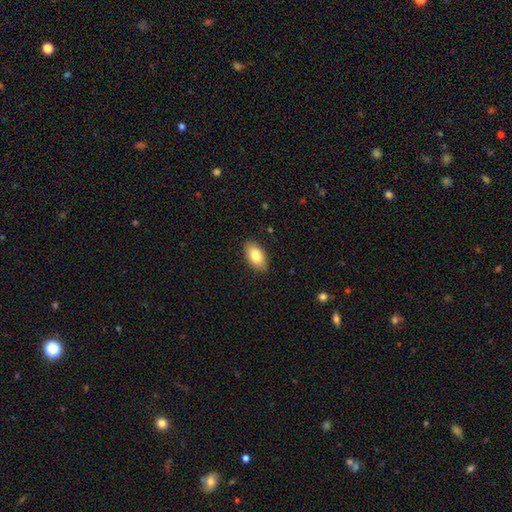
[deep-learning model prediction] Q: Smooth or featured?
A: smooth (80%); runner-up: featured or disk (13%)
Q: How rounded?
A: in between (93%); runner-up: round (4%)
Q: Merging?
A: none (88%); runner-up: minor disturbance (9%)